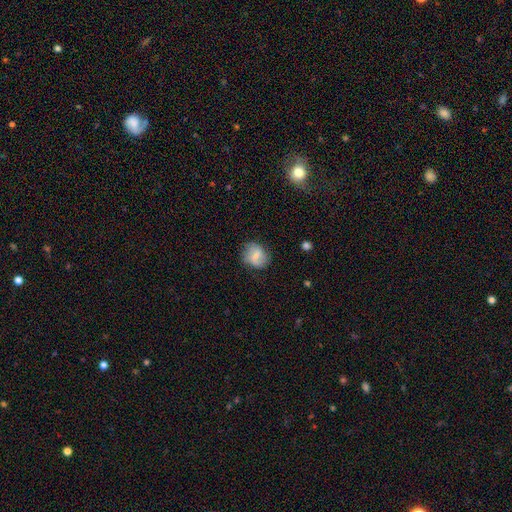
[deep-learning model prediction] Smooth or featured: smooth — 58% (featured or disk — 34%)
How rounded: round — 66% (in between — 32%)
Merging: none — 73% (minor disturbance — 19%)